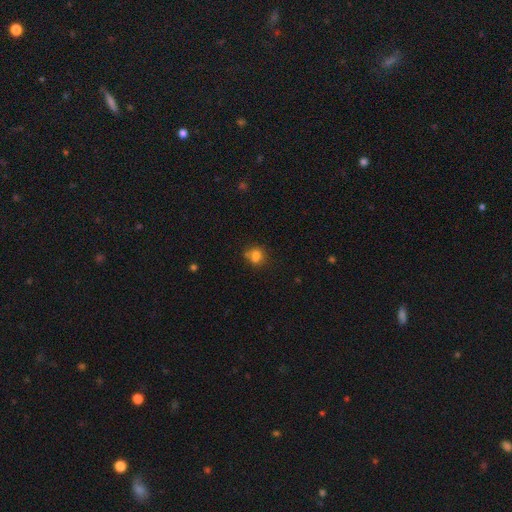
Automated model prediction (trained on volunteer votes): A smooth galaxy with no disk features (81%) that is round (65%). Merging: none (65%).